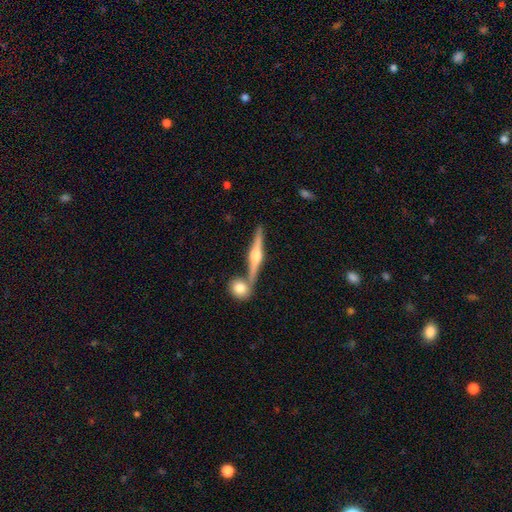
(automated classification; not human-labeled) A featured or disk galaxy (80%) viewed edge-on (98%) with a rounded central bulge (90%). Merging: none (74%).